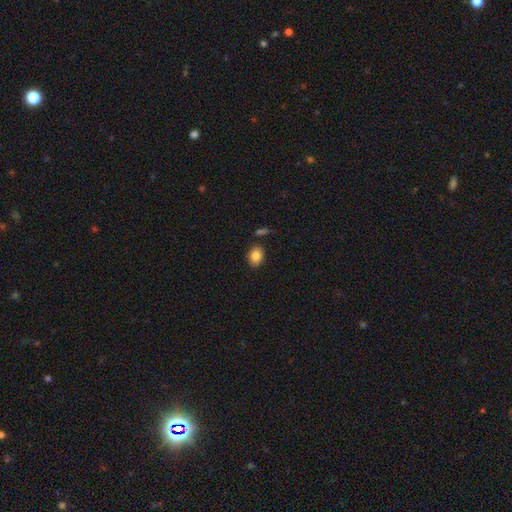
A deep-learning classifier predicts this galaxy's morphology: Q: Smooth or featured?
A: smooth (85%); runner-up: star or artifact (8%)
Q: How rounded?
A: in between (72%); runner-up: round (27%)
Q: Merging?
A: none (82%); runner-up: minor disturbance (11%)